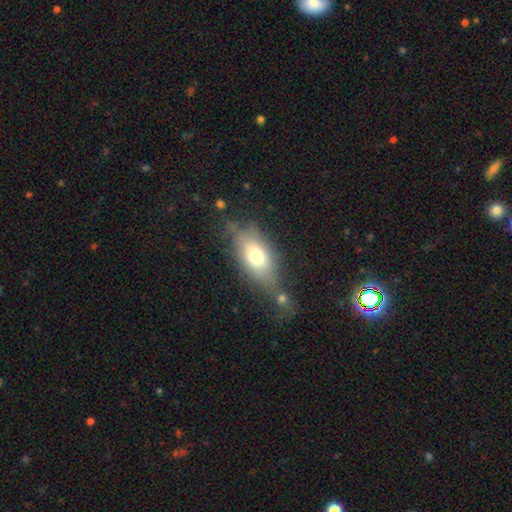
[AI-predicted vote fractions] smooth-or-featured: smooth: 65% | featured or disk: 25% | star or artifact: 10%
  how-rounded: in between: 79% | cigar-shaped: 12% | round: 10%
  merging: none: 52% | minor disturbance: 21% | merger: 15% | major disturbance: 12%